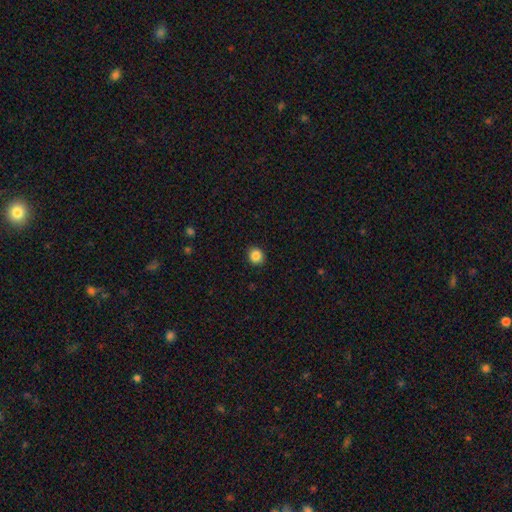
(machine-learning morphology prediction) smooth_or_featured: smooth (p=0.86) [alt: star or artifact p=0.10]
how_rounded: round (p=0.80) [alt: in between p=0.20]
merging: none (p=0.91) [alt: minor disturbance p=0.06]